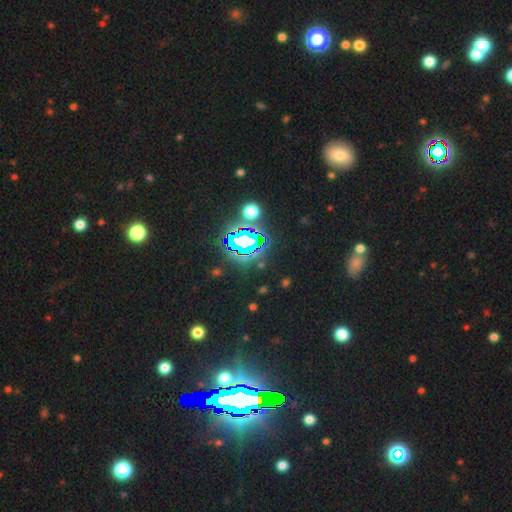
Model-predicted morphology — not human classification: Smooth or featured?
  - star or artifact: 83% *
  - smooth: 10%
  - featured or disk: 8%